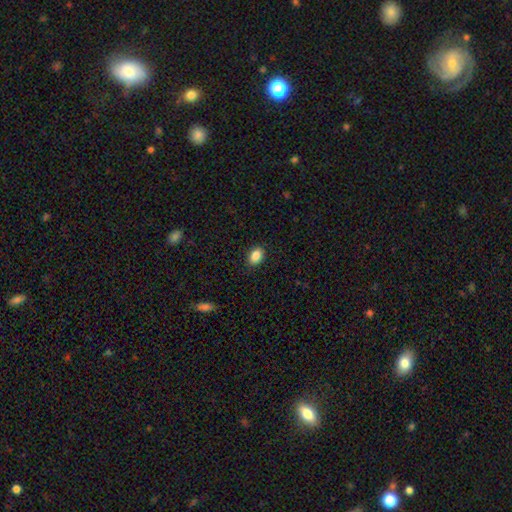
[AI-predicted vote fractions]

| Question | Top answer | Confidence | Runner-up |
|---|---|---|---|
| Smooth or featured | smooth | 87% | star or artifact (8%) |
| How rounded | in between | 81% | round (18%) |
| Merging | none | 89% | minor disturbance (8%) |